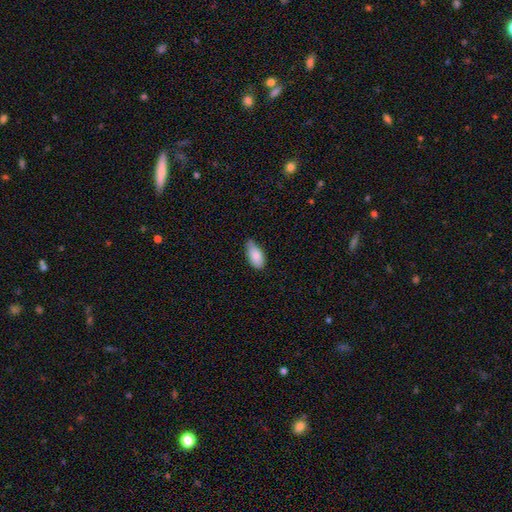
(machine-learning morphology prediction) Smooth or featured: smooth — 87% (featured or disk — 7%)
How rounded: in between — 92% (cigar-shaped — 6%)
Merging: none — 54% (minor disturbance — 39%)